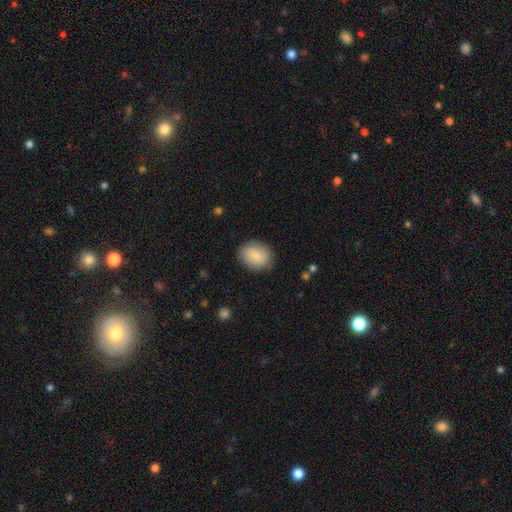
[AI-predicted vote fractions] Morphology: type=smooth (83%); roundness=in between (54%); merging=none (83%).